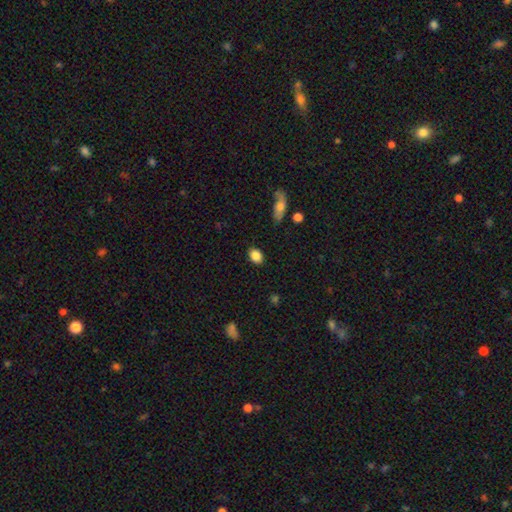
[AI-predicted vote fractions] Morphology: type=smooth (86%); roundness=in between (65%); merging=none (87%).